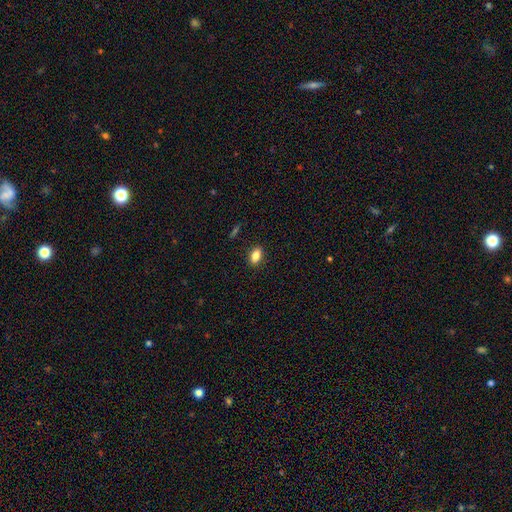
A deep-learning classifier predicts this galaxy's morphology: This appears to be a smooth galaxy with no disk features (84%) that is in between round and cigar-shaped (86%). Merging: none (88%).